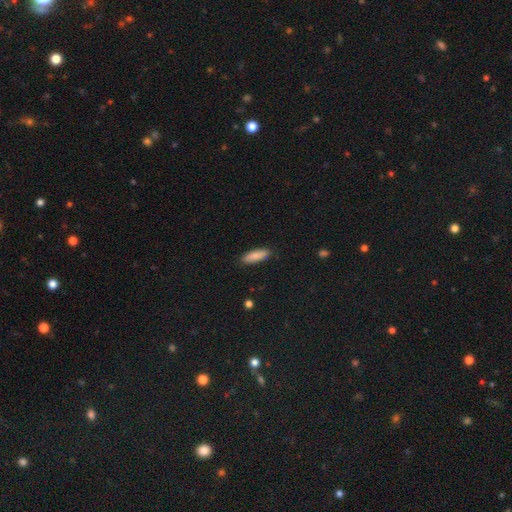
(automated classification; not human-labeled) This appears to be a smooth galaxy with no disk features (87%) that is in between round and cigar-shaped (54%). Merging: none (87%).